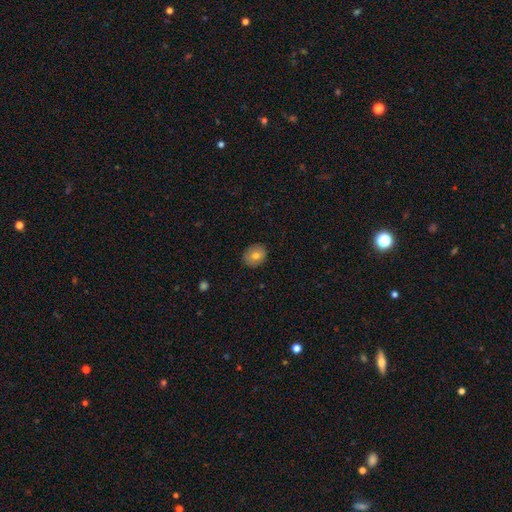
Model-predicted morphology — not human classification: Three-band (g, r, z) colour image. It shows a smooth galaxy with no disk features (77%) that is round (63%). Merging: none (87%).